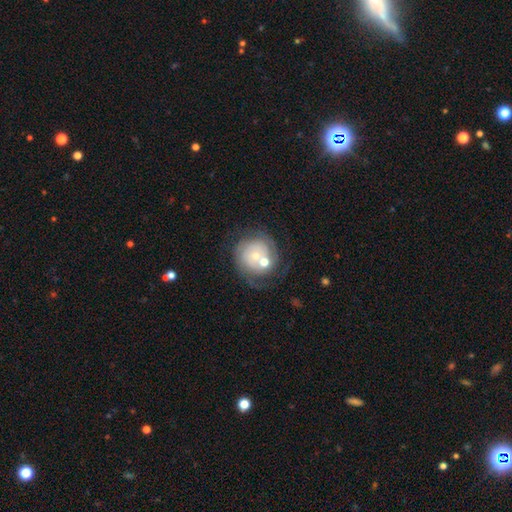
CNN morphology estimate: smooth-or-featured: featured or disk: 63% | smooth: 29% | star or artifact: 8%
  disk-edge-on: no: 98% | yes: 2%
    bar: no: 82% | weak: 15% | strong: 3%
    has-spiral-arms: yes: 78% | no: 22%
    bulge-size: small: 57% | moderate: 34% | large: 4% | none: 3% | dominant: 2%
  merging: none: 47% | merger: 25% | minor disturbance: 16% | major disturbance: 12%